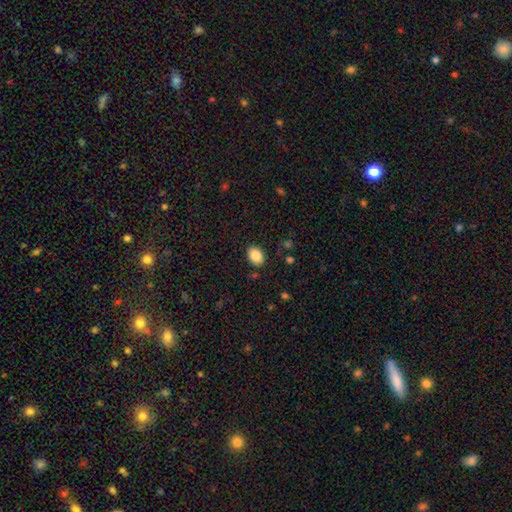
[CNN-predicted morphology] Smooth or featured: smooth — 86% (star or artifact — 8%)
How rounded: in between — 77% (round — 22%)
Merging: none — 86% (minor disturbance — 10%)